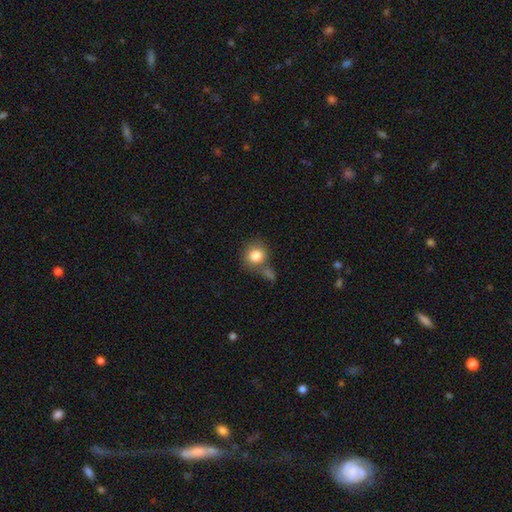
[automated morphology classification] This appears to be a smooth galaxy with no disk features (83%) that is round (81%). Merging: none (59%).